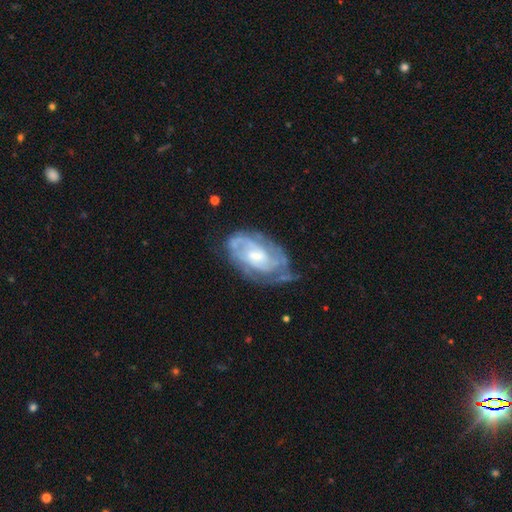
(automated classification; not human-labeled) featured or disk 82%, smooth 12%, star or artifact 6%. Down the decision tree: edge-on disk — no (96%); bar — no (55%); spiral arms — yes (92%); spiral arm count — 2 (37%); spiral winding — tight (56%); bulge size — moderate (46%); merging — none (59%).